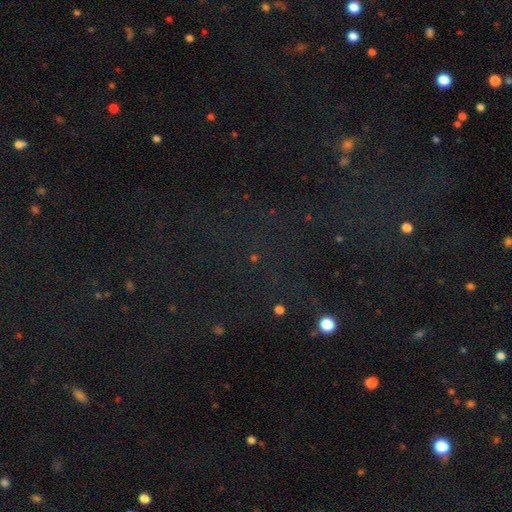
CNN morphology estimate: A star or artifact, not a galaxy (70%).